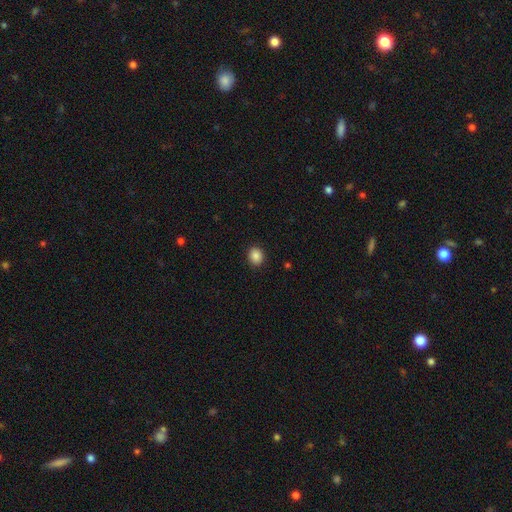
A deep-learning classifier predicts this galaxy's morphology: Smooth or featured? Predicted: smooth (p=0.87). How rounded? Predicted: round (p=0.66). Merging? Predicted: none (p=0.91).